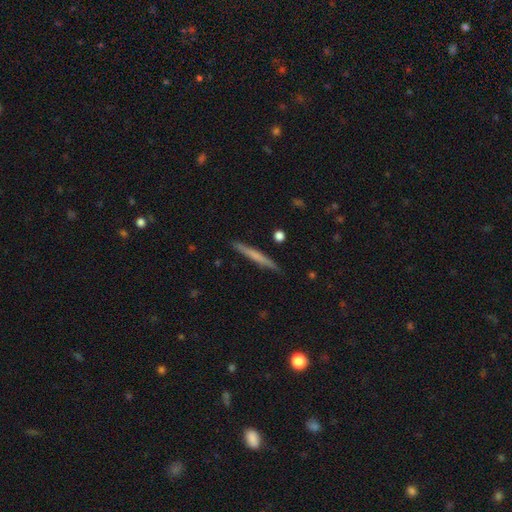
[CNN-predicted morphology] A smooth galaxy with no disk features (54%) that is cigar-shaped (96%).

Vote fractions:
- Smooth or featured? smooth: 54% / featured or disk: 40% / star or artifact: 6%
- How rounded? cigar-shaped: 96% / in between: 2% / round: 2%
- Merging? none: 89% / minor disturbance: 8% / major disturbance: 1% / merger: 1%